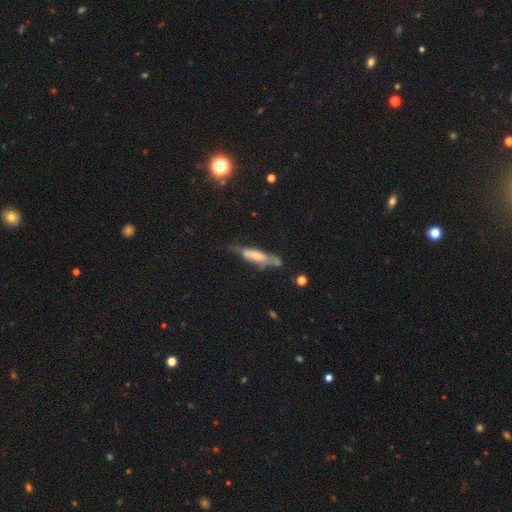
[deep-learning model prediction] Q: Smooth or featured?
A: smooth (46%); tied with: featured or disk (46%)
Q: Merging?
A: none (42%); runner-up: minor disturbance (30%)